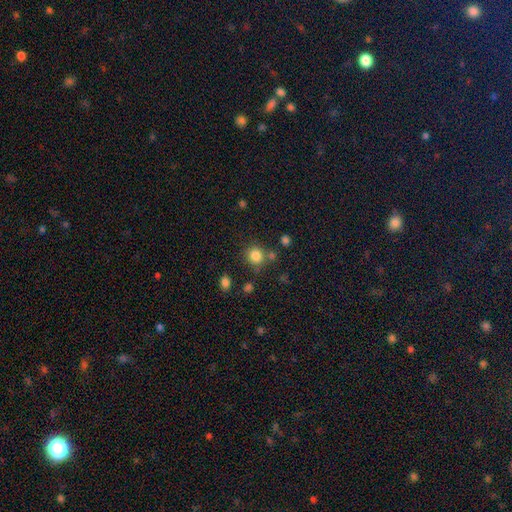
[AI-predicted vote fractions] Q: Smooth or featured?
A: smooth (83%); runner-up: star or artifact (12%)
Q: How rounded?
A: round (89%); runner-up: in between (10%)
Q: Merging?
A: none (75%); runner-up: minor disturbance (11%)